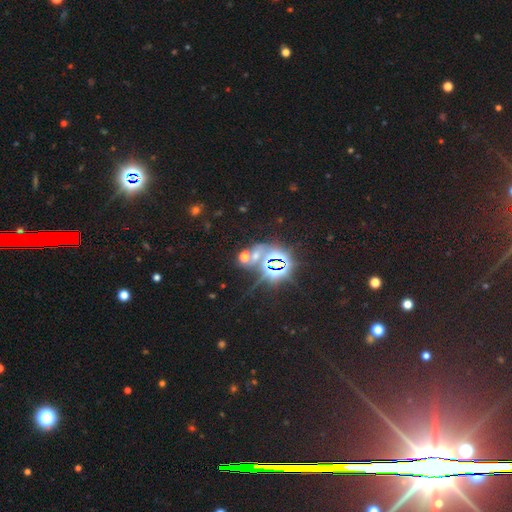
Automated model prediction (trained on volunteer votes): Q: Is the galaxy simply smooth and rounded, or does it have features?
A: star or artifact — 65%.